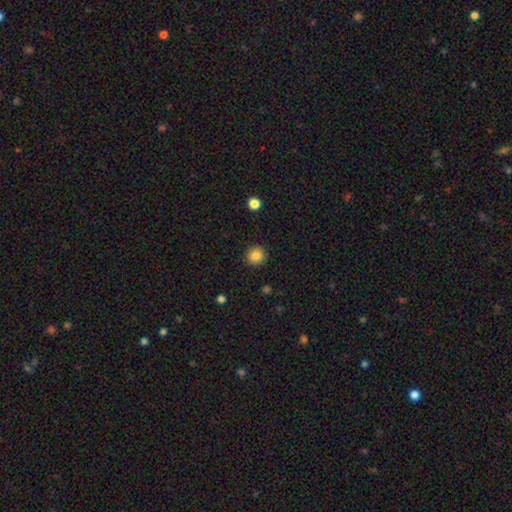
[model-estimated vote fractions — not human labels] smooth_or_featured: smooth (p=0.86) [alt: star or artifact p=0.10]
how_rounded: round (p=0.94) [alt: in between p=0.05]
merging: none (p=0.92) [alt: minor disturbance p=0.05]